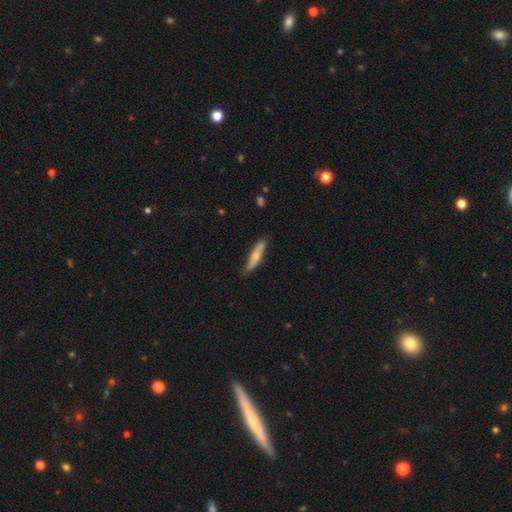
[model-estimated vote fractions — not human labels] Smooth or featured?
  - smooth: 61% *
  - featured or disk: 34%
  - star or artifact: 5%
How rounded?
  - cigar-shaped: 82% *
  - in between: 16%
  - round: 2%
Merging?
  - none: 73% *
  - minor disturbance: 21%
  - major disturbance: 3%
  - merger: 2%